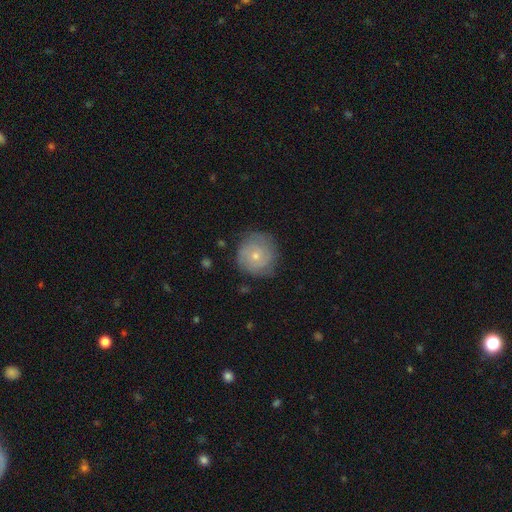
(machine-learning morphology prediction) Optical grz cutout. It shows a featured or disk galaxy (50%). Merging: none (77%).